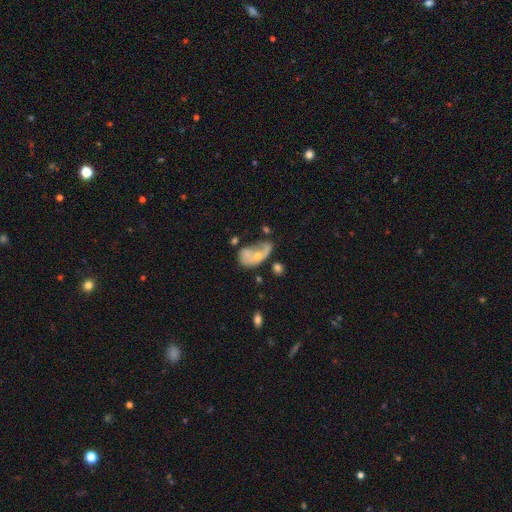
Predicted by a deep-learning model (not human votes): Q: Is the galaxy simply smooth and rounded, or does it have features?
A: featured or disk — 46%.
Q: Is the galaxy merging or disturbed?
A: major disturbance — 39%.